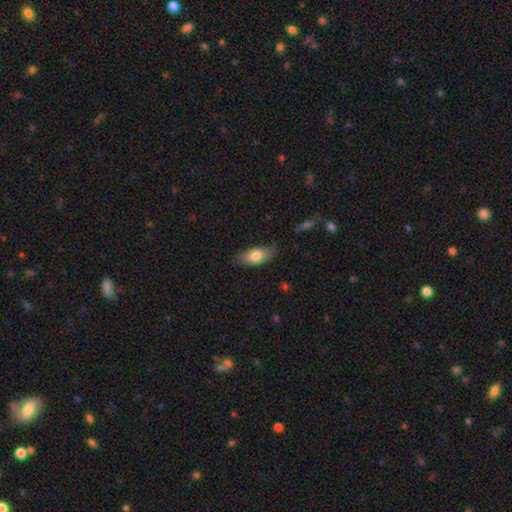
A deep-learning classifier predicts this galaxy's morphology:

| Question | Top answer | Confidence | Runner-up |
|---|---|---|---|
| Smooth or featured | smooth | 76% | featured or disk (17%) |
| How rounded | in between | 88% | cigar-shaped (8%) |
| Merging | none | 75% | minor disturbance (20%) |